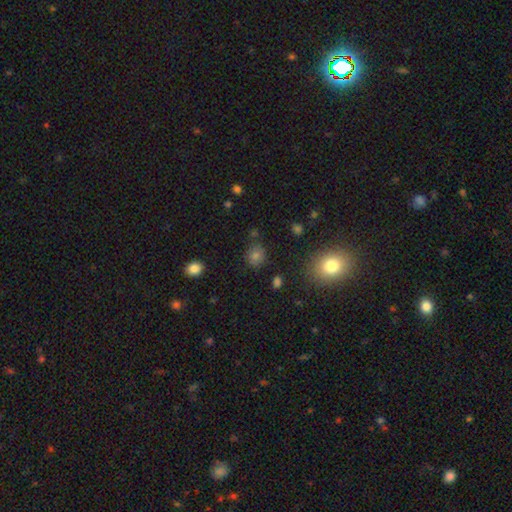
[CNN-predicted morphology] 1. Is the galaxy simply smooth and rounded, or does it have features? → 75% smooth, 17% star or artifact, 7% featured or disk.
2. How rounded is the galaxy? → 71% round, 28% in between, 1% cigar-shaped.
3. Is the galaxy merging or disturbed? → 82% none, 11% minor disturbance, 4% major disturbance, 3% merger.